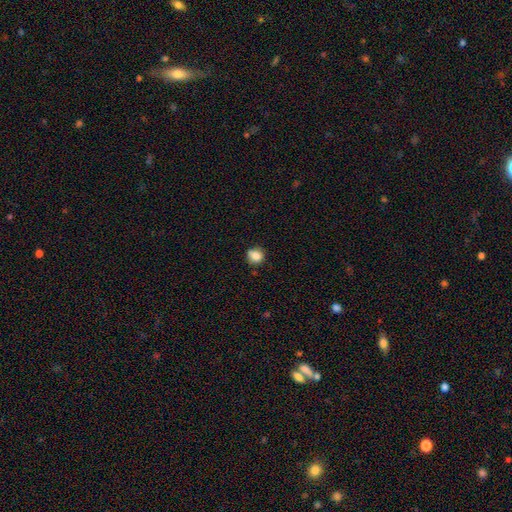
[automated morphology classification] Overall: smooth (84%). How rounded: round (89%). Merging: none (73%).